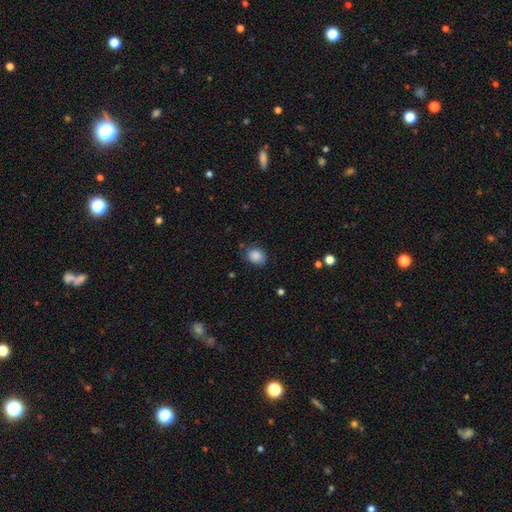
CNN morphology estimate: This is clearly a smooth galaxy (86%). How rounded: possibly in between (51%). Merging: likely none (73%).